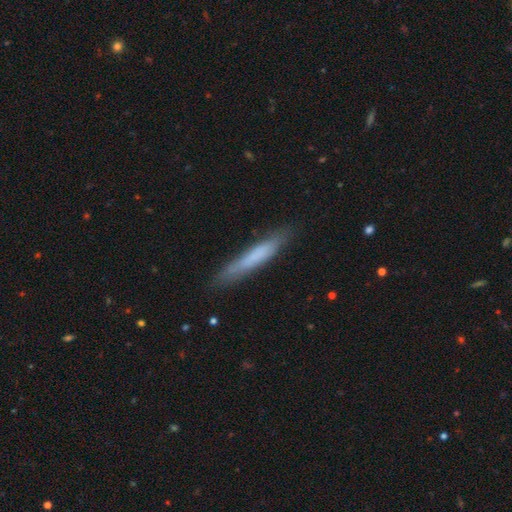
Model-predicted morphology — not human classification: smooth 65%, featured or disk 28%, star or artifact 7%. Down the decision tree: how rounded — cigar-shaped (93%); merging — none (82%).